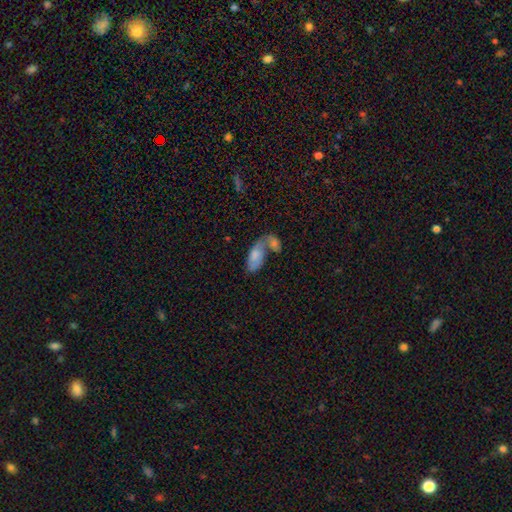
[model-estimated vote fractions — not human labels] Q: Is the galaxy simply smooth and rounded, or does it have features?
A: smooth — 68%.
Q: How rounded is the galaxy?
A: in between — 90%.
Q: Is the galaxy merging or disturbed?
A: merger — 57%.